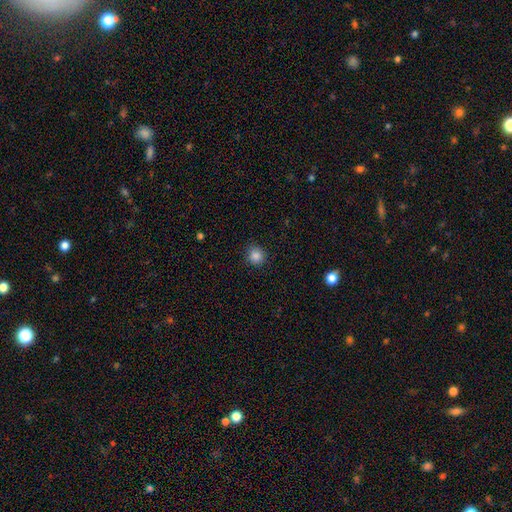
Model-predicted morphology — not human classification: type=smooth (84%); roundness=round (92%); merging=none (89%).